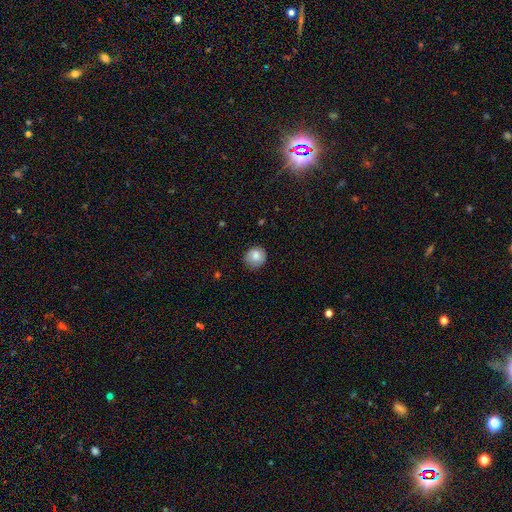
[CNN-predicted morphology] The model was most divided on "merging": none: 82%, minor disturbance: 14%, major disturbance: 3%, merger: 1%. More confident: how rounded — round (85%); smooth or featured — smooth (82%).